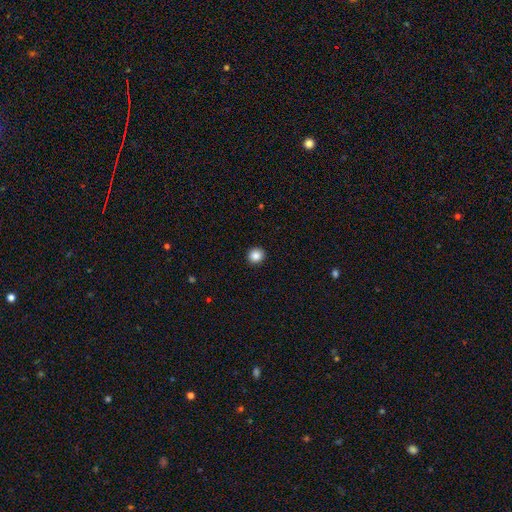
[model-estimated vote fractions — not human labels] smooth 87%, star or artifact 10%, featured or disk 4%. Down the decision tree: how rounded — round (90%); merging — none (93%).